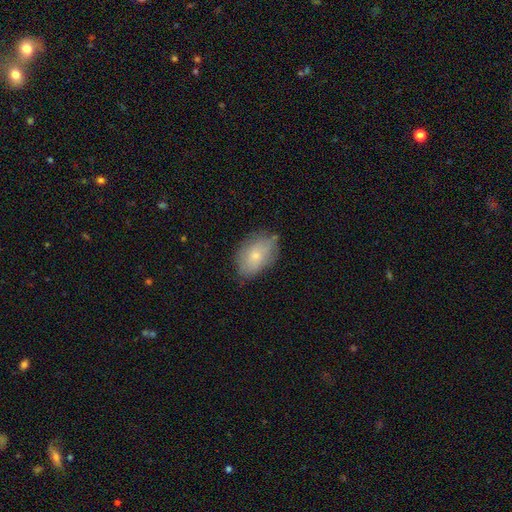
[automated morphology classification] The model was most divided on "smooth or featured": smooth: 66%, featured or disk: 26%, star or artifact: 7%. More confident: how rounded — in between (87%); merging — none (67%).